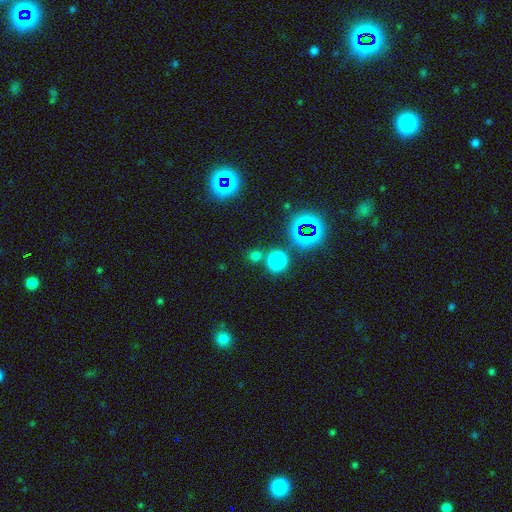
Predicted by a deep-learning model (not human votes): Smooth or featured? Predicted: smooth (p=0.58). How rounded? Predicted: round (p=0.87). Merging? Predicted: none (p=0.77).